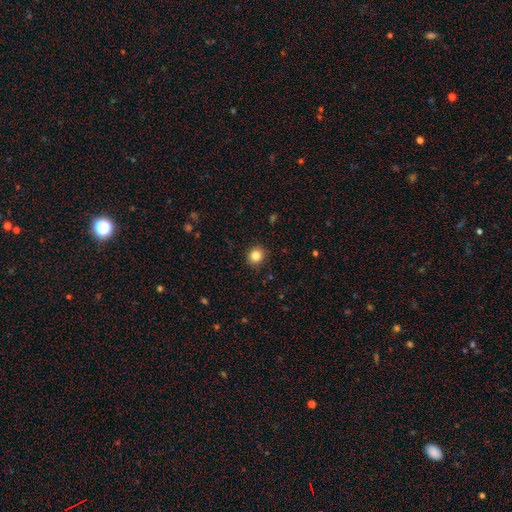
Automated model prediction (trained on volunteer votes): This appears to be a smooth galaxy with no disk features (83%) that is round (86%). Merging: none (91%).